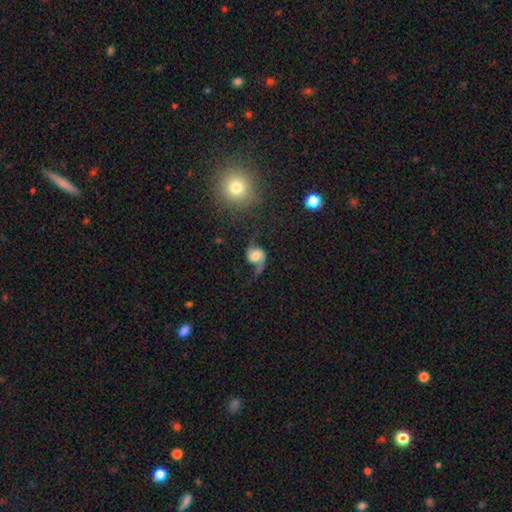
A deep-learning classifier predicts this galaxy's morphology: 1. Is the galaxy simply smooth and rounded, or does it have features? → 84% featured or disk, 9% smooth, 6% star or artifact.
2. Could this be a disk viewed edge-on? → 98% no, 2% yes.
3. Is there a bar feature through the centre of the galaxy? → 47% no, 40% weak, 13% strong.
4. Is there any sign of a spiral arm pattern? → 96% yes, 4% no.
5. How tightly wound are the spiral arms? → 69% loose, 26% medium, 5% tight.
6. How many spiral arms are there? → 88% 2, 7% 1, 2% can't tell, 1% 3, 1% 4, 1% more than 4.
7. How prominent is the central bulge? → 46% moderate, 27% large, 16% small, 7% none, 5% dominant.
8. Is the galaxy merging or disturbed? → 66% none, 17% minor disturbance, 15% major disturbance, 3% merger.